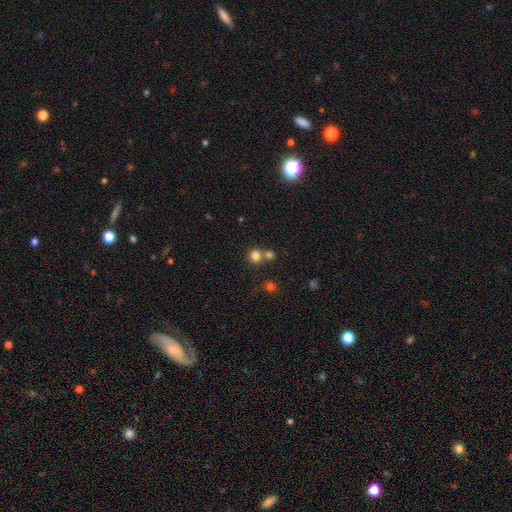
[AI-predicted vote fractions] Smooth or featured?
  - smooth: 79% *
  - star or artifact: 14%
  - featured or disk: 7%
How rounded?
  - round: 88% *
  - in between: 11%
  - cigar-shaped: 1%
Merging?
  - none: 56% *
  - merger: 35%
  - minor disturbance: 7%
  - major disturbance: 3%